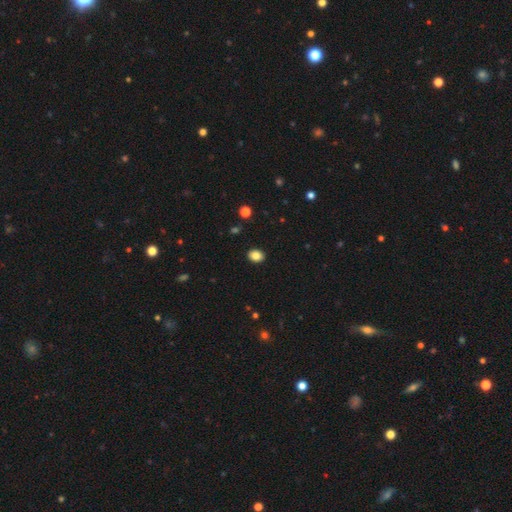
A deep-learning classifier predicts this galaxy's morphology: Smooth or featured? smooth (85%)
How rounded? in between (56%)
Merging? none (91%)